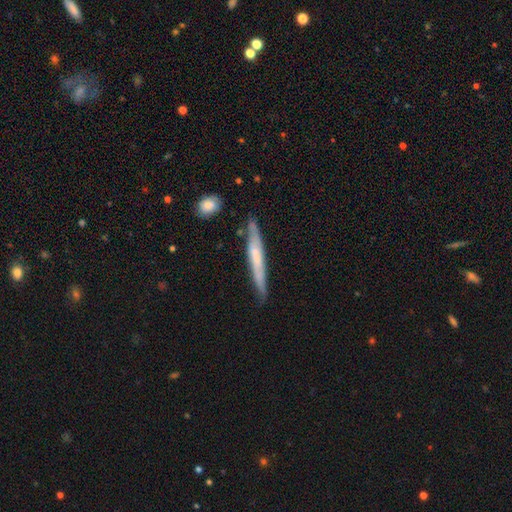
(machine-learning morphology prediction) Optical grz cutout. It shows a featured or disk galaxy (52%) viewed edge-on (89%). Merging: none (78%).